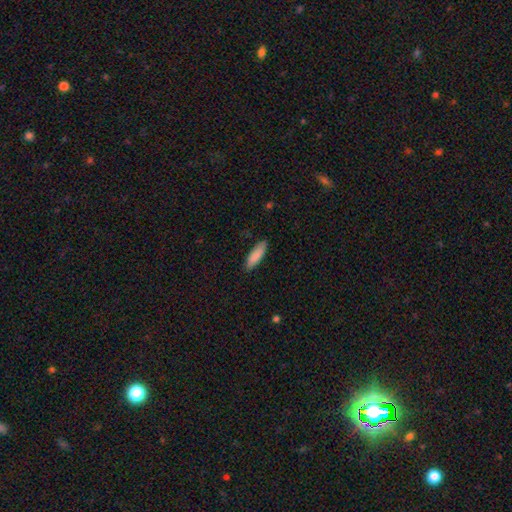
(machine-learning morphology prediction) A smooth galaxy with no disk features (87%) that is cigar-shaped (51%). Merging: none (86%).